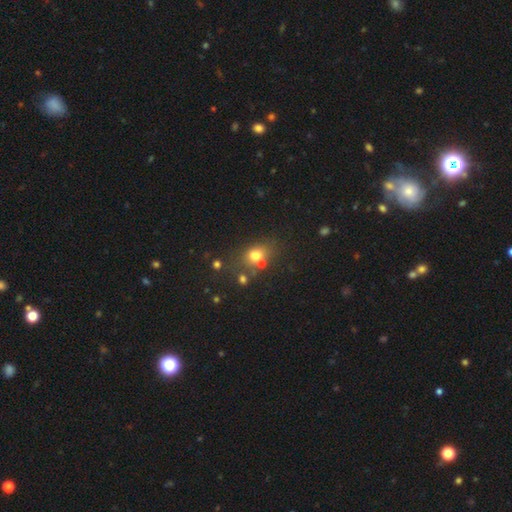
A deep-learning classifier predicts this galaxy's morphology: smooth-or-featured: smooth: 72% | star or artifact: 16% | featured or disk: 12%
  how-rounded: in between: 49% (tied) | round: 49% (tied) | cigar-shaped: 2%
  merging: none: 55% | merger: 22% | minor disturbance: 15% | major disturbance: 7%